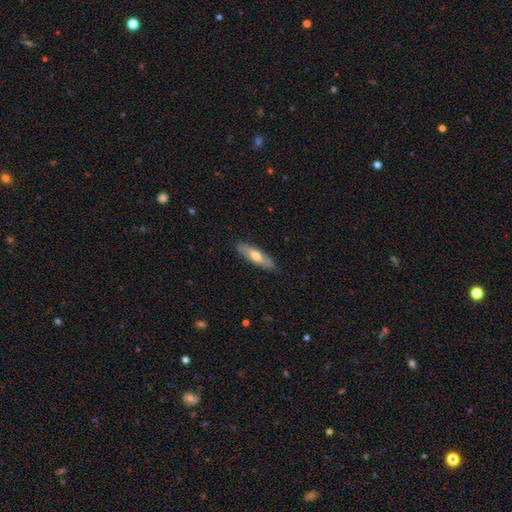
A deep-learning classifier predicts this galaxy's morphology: Overall: smooth (55%; featured or disk 39%). How rounded: cigar-shaped (59%; in between 39%). Merging: none (85%).